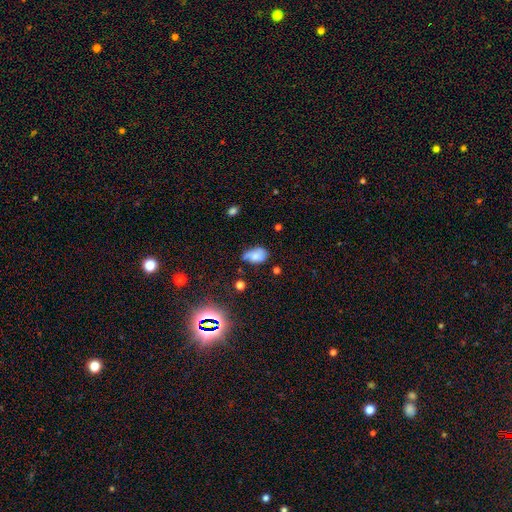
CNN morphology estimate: This appears to be a smooth galaxy with no disk features (62%) that is in between round and cigar-shaped (89%). Merging: none (45%).